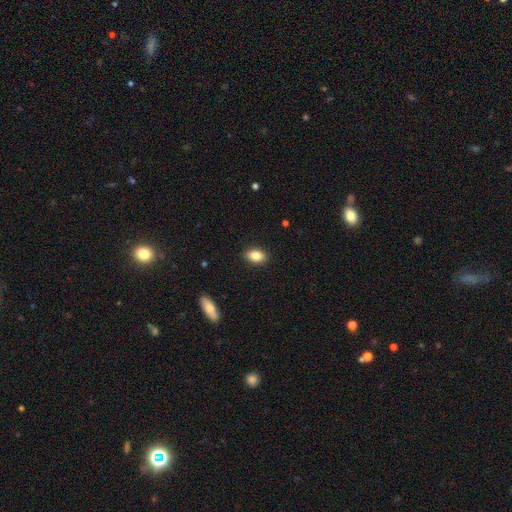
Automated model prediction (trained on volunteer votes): smooth 83%, featured or disk 9%, star or artifact 8%. Down the decision tree: how rounded — in between (87%); merging — none (89%).